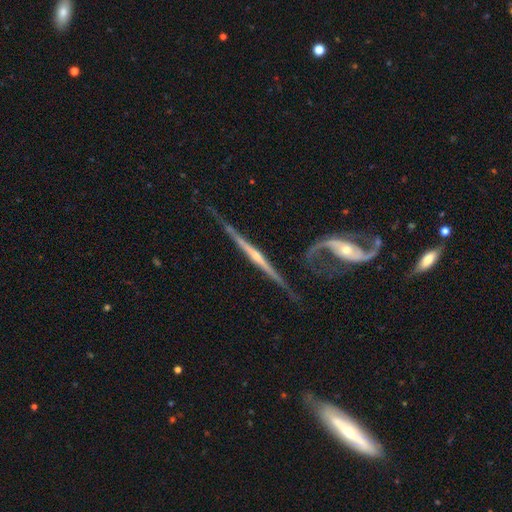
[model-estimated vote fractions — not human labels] Smooth or featured: featured or disk — 88% (smooth — 7%)
Edge-on disk: yes — 88% (no — 12%)
Edge-on bulge: rounded — 70% (none — 23%)
Merging: none — 56% (minor disturbance — 21%)